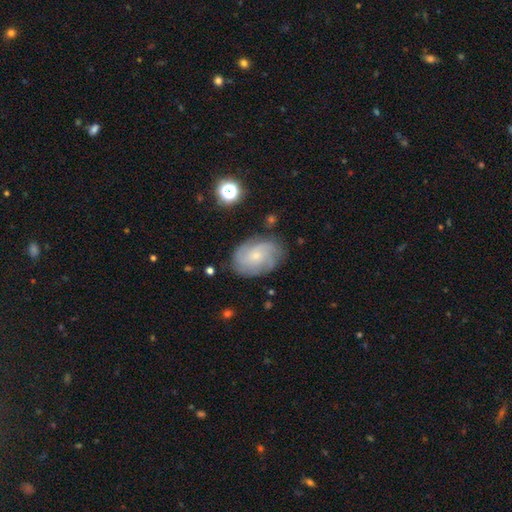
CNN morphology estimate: The model was most divided on "spiral arm count": can't tell: 29%, 3: 25%, 4: 20%, 2: 15%, more than 4: 6%, 1: 5%. More confident: edge-on disk — no (97%); spiral arms — yes (94%); merging — none (76%); bar — no (75%); bulge size — small (73%); smooth or featured — featured or disk (73%); spiral winding — tight (51%).